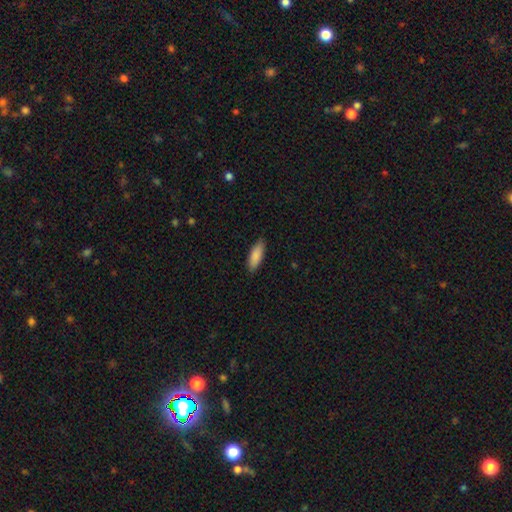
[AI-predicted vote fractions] Overall: smooth (88%). How rounded: in between (66%; cigar-shaped 32%). Merging: none (87%).